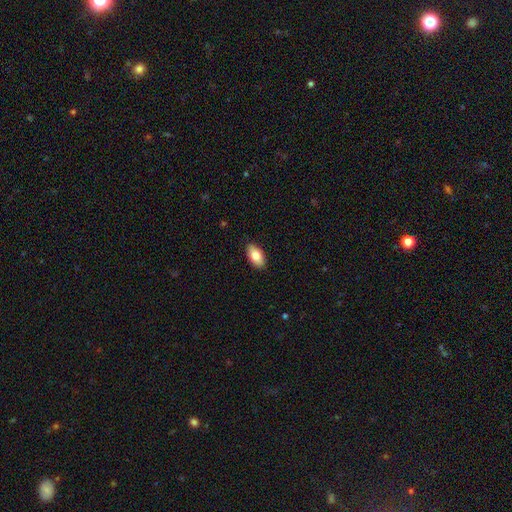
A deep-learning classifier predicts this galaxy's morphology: Q: Smooth or featured?
A: smooth (81%); runner-up: featured or disk (12%)
Q: How rounded?
A: in between (93%); runner-up: round (3%)
Q: Merging?
A: none (88%); runner-up: minor disturbance (9%)